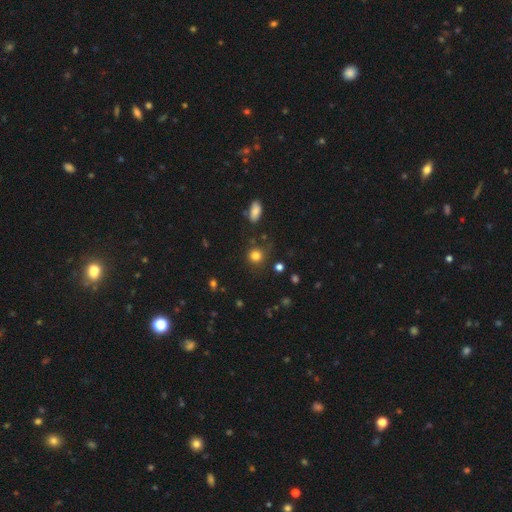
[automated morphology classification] Smooth or featured? smooth (81%)
How rounded? round (88%)
Merging? none (79%)